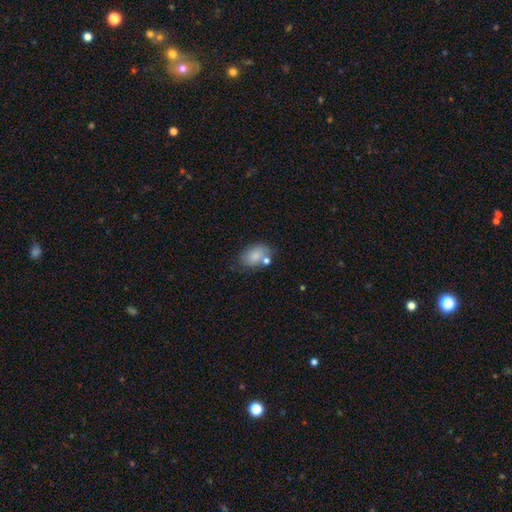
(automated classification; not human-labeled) Smooth or featured?
  - smooth: 81% *
  - featured or disk: 11%
  - star or artifact: 8%
How rounded?
  - in between: 86% *
  - round: 13%
  - cigar-shaped: 1%
Merging?
  - none: 64% *
  - minor disturbance: 18%
  - merger: 13%
  - major disturbance: 5%